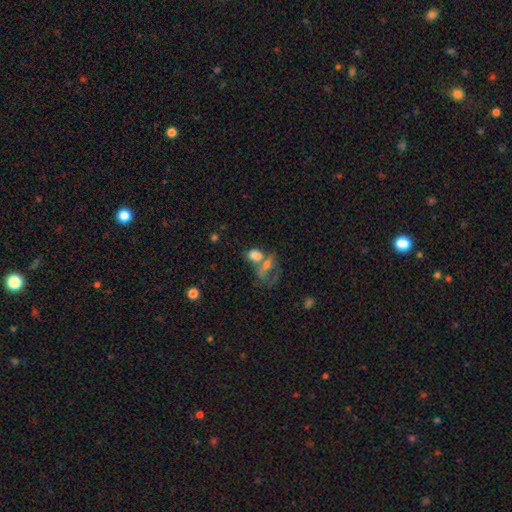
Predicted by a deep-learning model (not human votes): Q: Smooth or featured?
A: smooth (66%); runner-up: featured or disk (20%)
Q: How rounded?
A: in between (71%); runner-up: round (25%)
Q: Merging?
A: merger (56%); runner-up: none (23%)